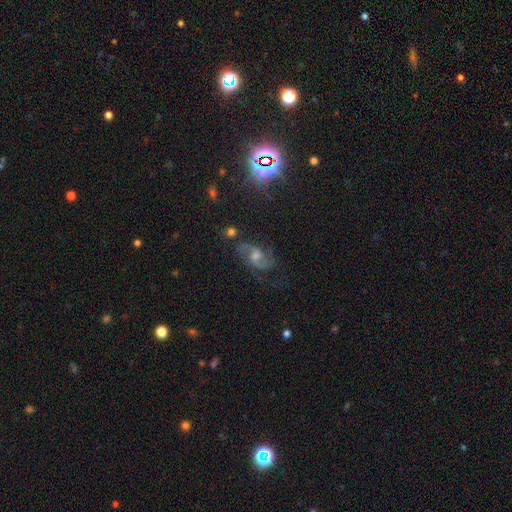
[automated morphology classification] type=featured or disk (72%); edge-on=no (96%); bar=no (48%); spiral arms=yes (96%); winding=medium (55%); arm count=2 (87%); bulge=moderate (59%); merging=none (76%).